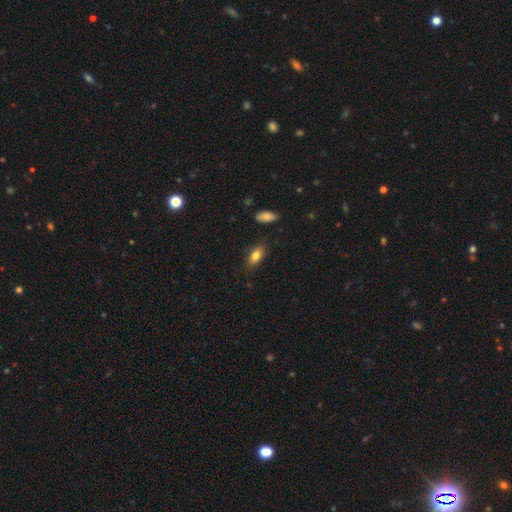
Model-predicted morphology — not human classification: Smooth or featured? smooth (81%)
How rounded? in between (86%)
Merging? none (83%)